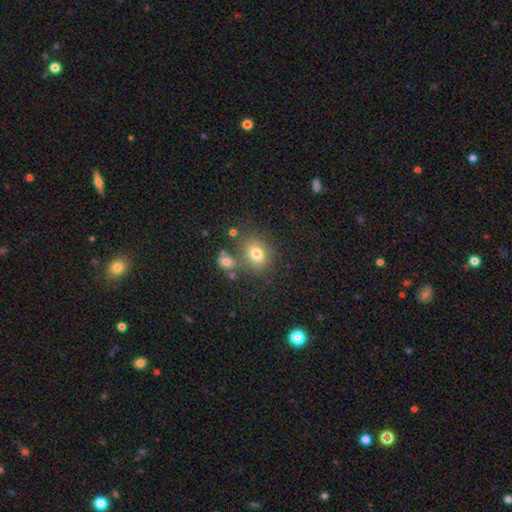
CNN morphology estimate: A smooth galaxy with no disk features (73%) that is round (59%). Merging: none (68%).